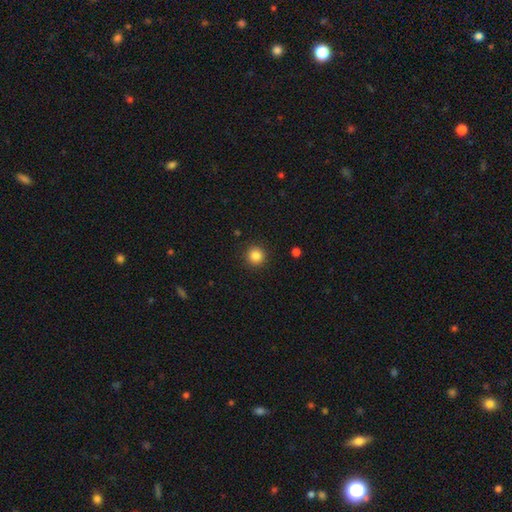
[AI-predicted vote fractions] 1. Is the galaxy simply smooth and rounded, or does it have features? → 85% smooth, 11% star or artifact, 4% featured or disk.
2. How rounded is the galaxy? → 95% round, 4% in between, 1% cigar-shaped.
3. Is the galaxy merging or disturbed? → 92% none, 5% minor disturbance, 2% major disturbance, 1% merger.